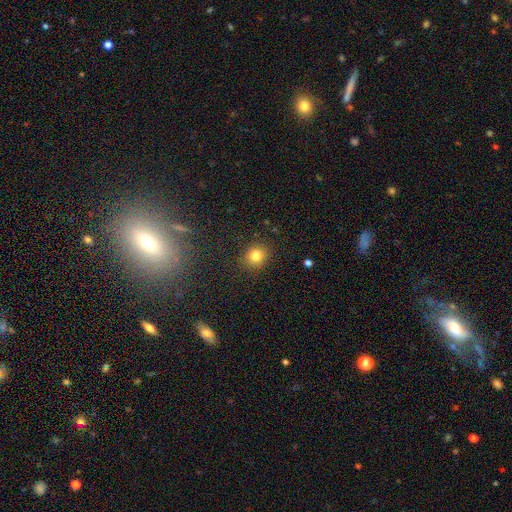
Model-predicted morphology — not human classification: smooth-or-featured: smooth: 80% | star or artifact: 13% | featured or disk: 7%
  how-rounded: round: 80% | in between: 19% | cigar-shaped: 1%
  merging: none: 88% | minor disturbance: 8% | major disturbance: 3% | merger: 1%